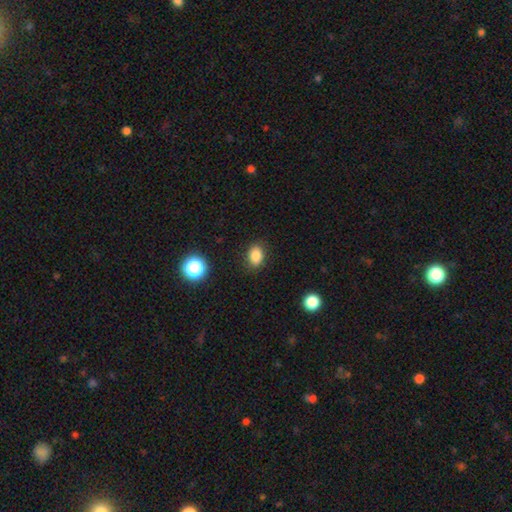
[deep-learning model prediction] Smooth or featured?
  - smooth: 84% *
  - star or artifact: 11%
  - featured or disk: 4%
How rounded?
  - in between: 72% *
  - round: 27%
  - cigar-shaped: 1%
Merging?
  - none: 88% *
  - minor disturbance: 9%
  - major disturbance: 3%
  - merger: 1%